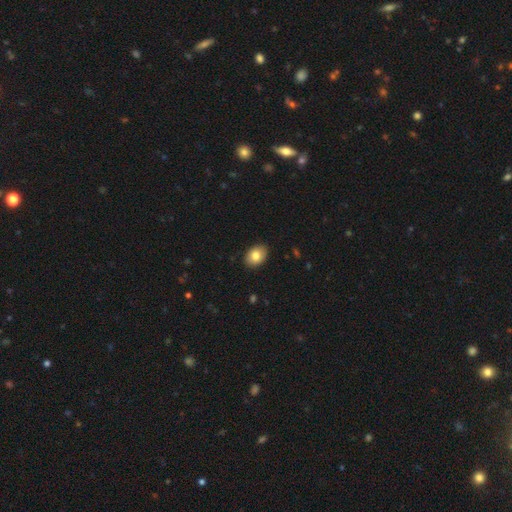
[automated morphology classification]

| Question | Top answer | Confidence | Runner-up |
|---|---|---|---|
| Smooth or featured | smooth | 82% | featured or disk (11%) |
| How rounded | in between | 79% | round (20%) |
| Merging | none | 88% | minor disturbance (9%) |